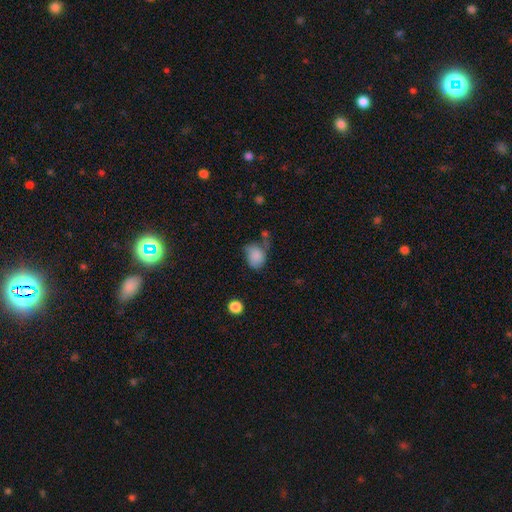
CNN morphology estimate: Smooth or featured? smooth (79%)
How rounded? in between (62%)
Merging? none (38%)